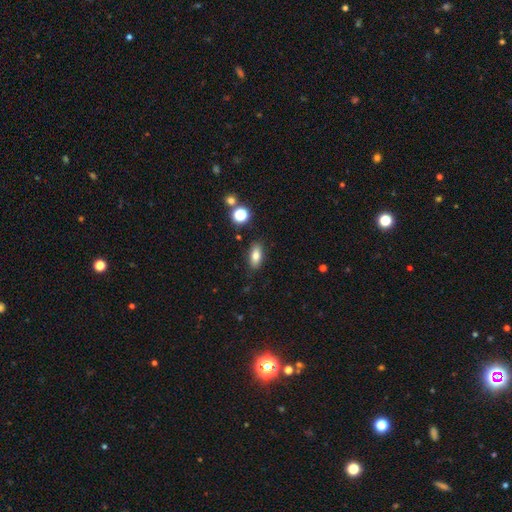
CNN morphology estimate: type=smooth (78%); roundness=in between (80%); merging=none (86%).